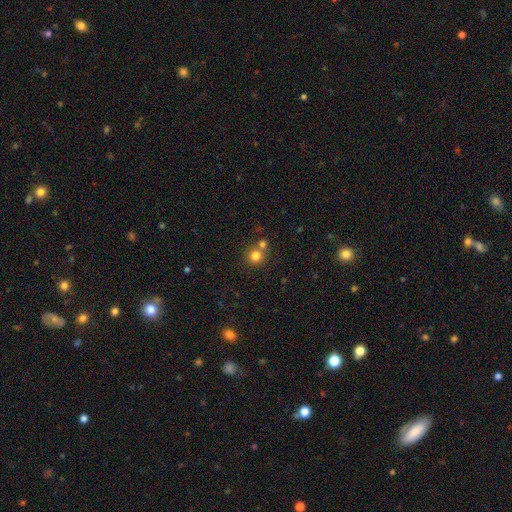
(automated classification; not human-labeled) Overall: smooth (79%). How rounded: round (91%). Merging: none (62%; merger 29%).